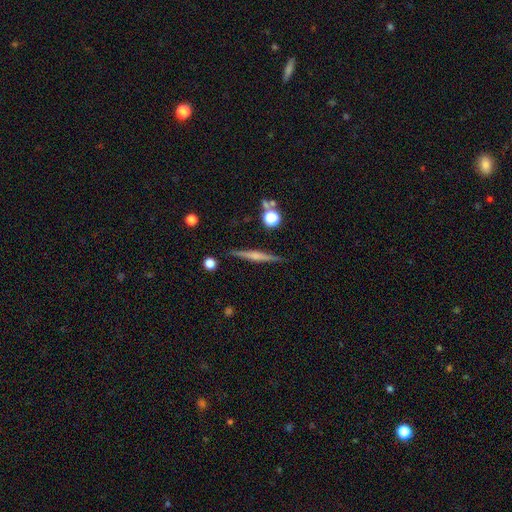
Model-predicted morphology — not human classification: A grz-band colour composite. It shows a featured or disk galaxy (65%) viewed edge-on (98%) with a rounded central bulge (62%). Merging: none (89%).